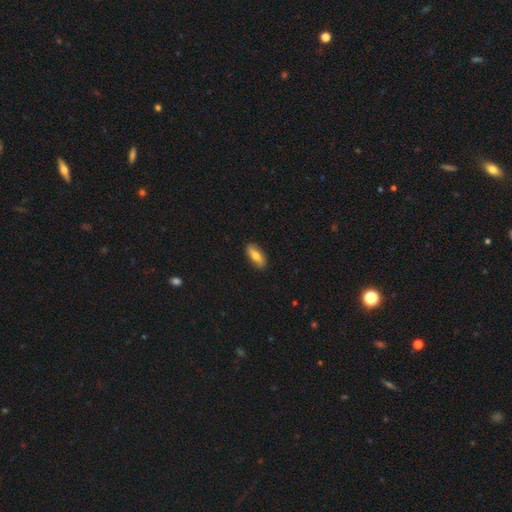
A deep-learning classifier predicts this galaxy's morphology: smooth-or-featured: smooth: 71% | featured or disk: 23% | star or artifact: 6%
  how-rounded: in between: 74% | cigar-shaped: 23% | round: 3%
  merging: none: 88% | minor disturbance: 10% | major disturbance: 2% | merger: 1%